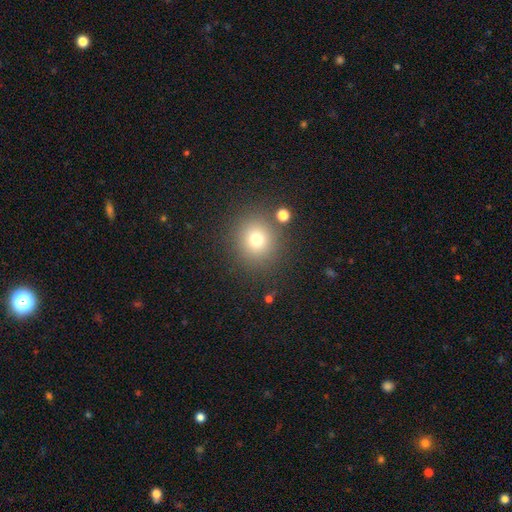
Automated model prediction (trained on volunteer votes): smooth 67%, star or artifact 25%, featured or disk 8%. Down the decision tree: how rounded — round (89%); merging — none (87%).